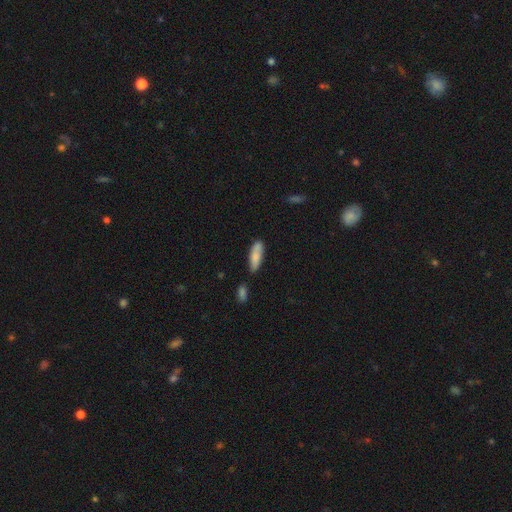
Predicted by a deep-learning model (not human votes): smooth_or_featured: smooth (p=0.79) [alt: featured or disk p=0.14]
how_rounded: in between (p=0.54) [alt: cigar-shaped p=0.44]
merging: none (p=0.63) [alt: minor disturbance p=0.22]